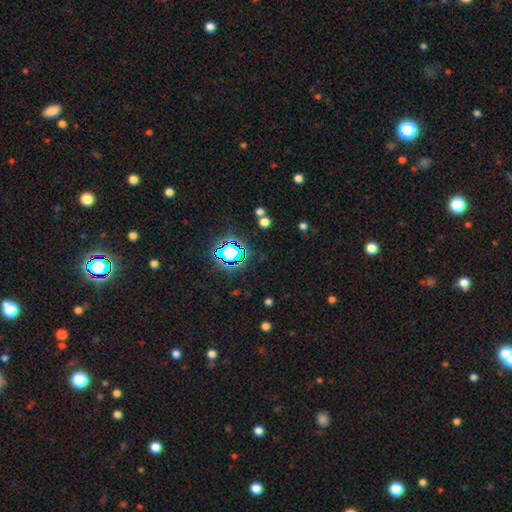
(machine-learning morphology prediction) Q: Smooth or featured?
A: star or artifact (77%); runner-up: smooth (16%)